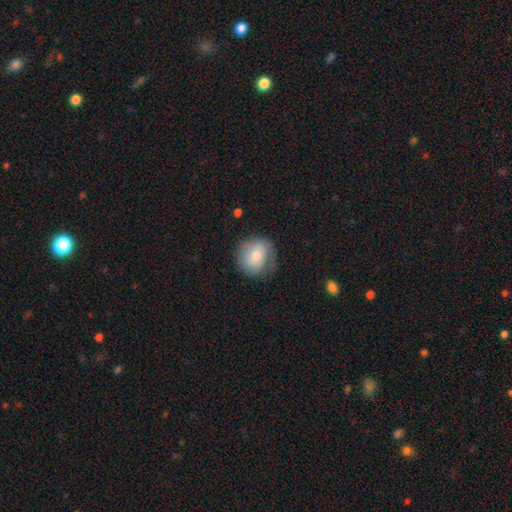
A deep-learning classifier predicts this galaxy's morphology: Smooth or featured? Predicted: smooth (p=0.62). How rounded? Predicted: round (p=0.81). Merging? Predicted: none (p=0.62).